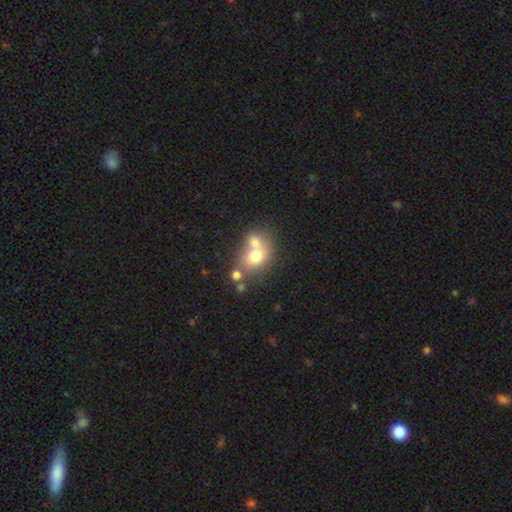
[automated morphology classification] smooth 67%, featured or disk 22%, star or artifact 11%. Down the decision tree: how rounded — round (50%); merging — merger (58%).